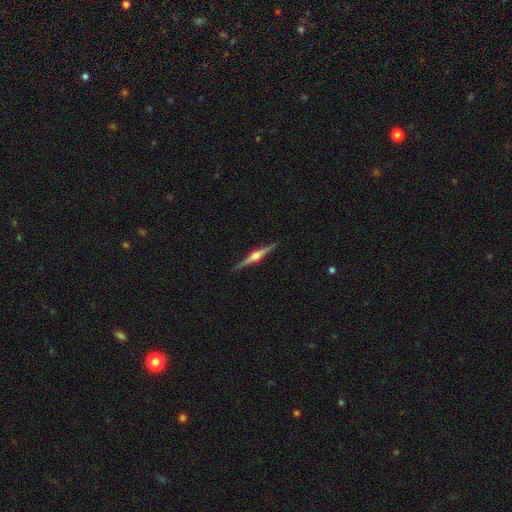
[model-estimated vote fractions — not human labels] Overall: featured or disk (83%). Edge-on disk: yes (99%). Edge-on bulge: rounded (92%). Merging: none (92%).